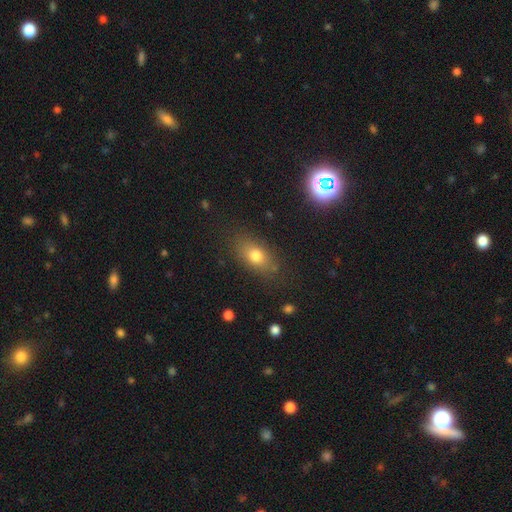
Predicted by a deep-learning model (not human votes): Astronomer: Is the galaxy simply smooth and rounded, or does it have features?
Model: smooth — 74%.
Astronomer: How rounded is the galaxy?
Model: in between — 78%.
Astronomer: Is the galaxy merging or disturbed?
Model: none — 80%.